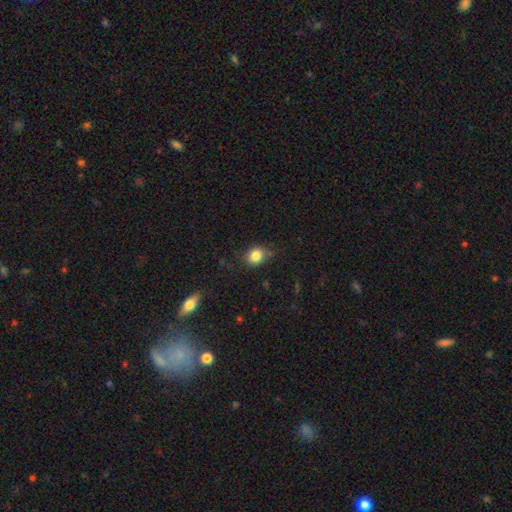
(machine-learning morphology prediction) The model was most divided on "how rounded": round: 60%, in between: 39%, cigar-shaped: 1%. More confident: smooth or featured — smooth (83%); merging — none (72%).